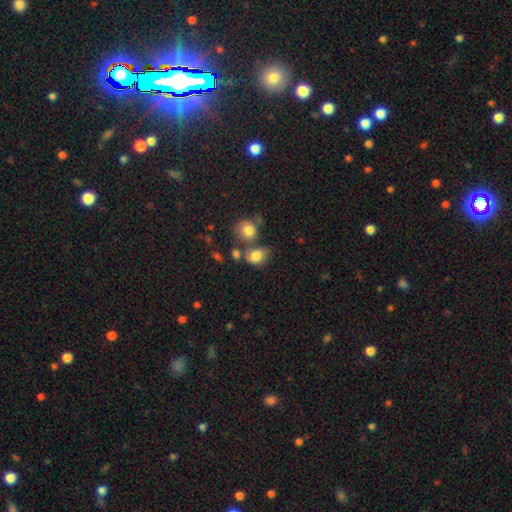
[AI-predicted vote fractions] Smooth or featured? smooth (81%)
How rounded? in between (51%)
Merging? none (49%)